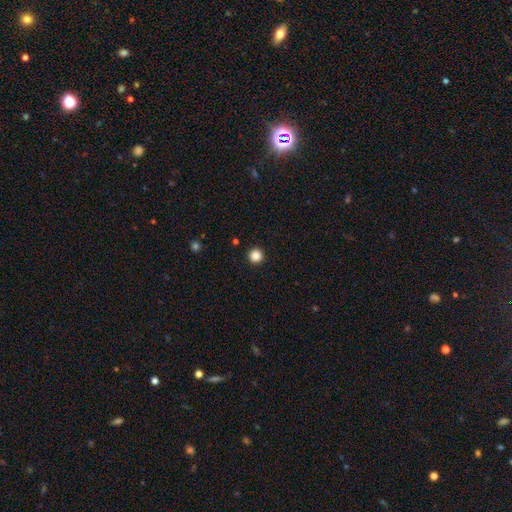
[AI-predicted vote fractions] Smooth or featured?
  - smooth: 86% *
  - star or artifact: 11%
  - featured or disk: 2%
How rounded?
  - round: 96% *
  - in between: 3%
  - cigar-shaped: 1%
Merging?
  - none: 93% *
  - minor disturbance: 4%
  - major disturbance: 2%
  - merger: 1%